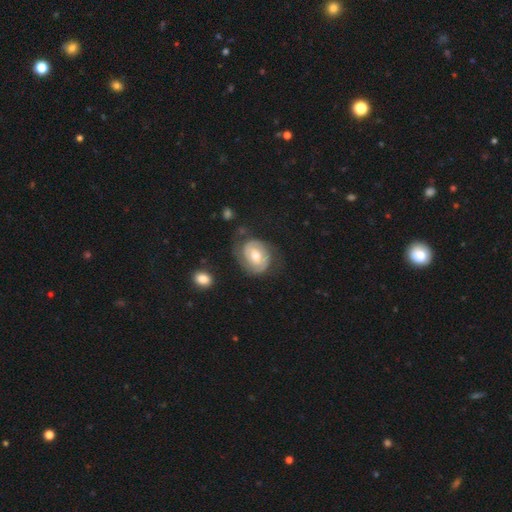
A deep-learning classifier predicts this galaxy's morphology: smooth_or_featured: featured or disk (p=0.76) [alt: smooth p=0.19]
disk_edge_on: no (p=0.97) [alt: yes p=0.03]
bar: no (p=0.48) [alt: weak p=0.40]
has_spiral_arms: yes (p=0.89) [alt: no p=0.11]
spiral_winding: tight (p=0.58) [alt: medium p=0.31]
spiral_arm_count: 2 (p=0.67) [alt: can't tell p=0.18]
bulge_size: moderate (p=0.70) [alt: small p=0.22]
merging: none (p=0.62) [alt: minor disturbance p=0.21]